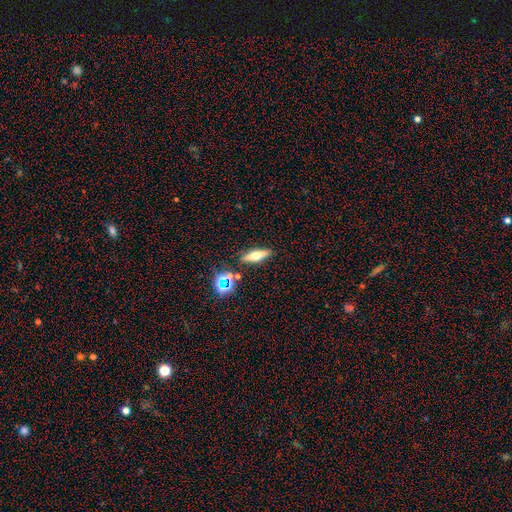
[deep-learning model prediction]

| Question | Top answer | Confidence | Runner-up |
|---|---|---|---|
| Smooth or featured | featured or disk | 46% | smooth (41%) |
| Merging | none | 85% | minor disturbance (9%) |